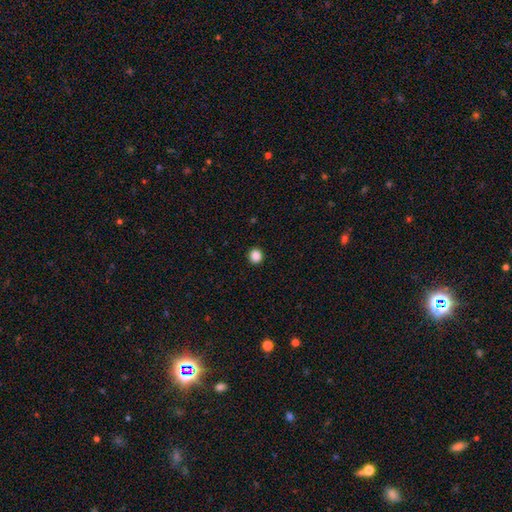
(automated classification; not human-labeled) This is clearly a smooth galaxy (88%). How rounded: clearly round (90%). Merging: clearly none (93%).